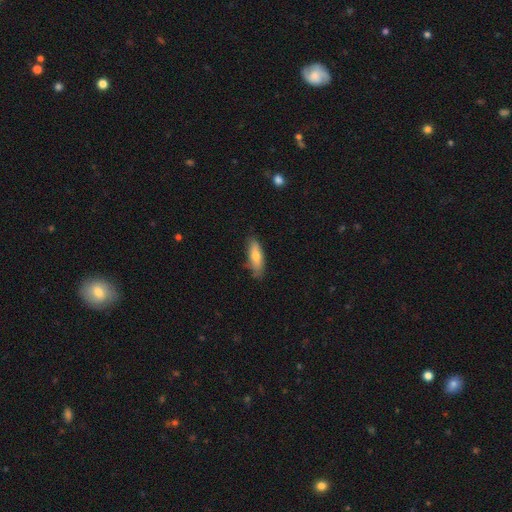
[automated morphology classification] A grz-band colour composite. It shows a smooth galaxy with no disk features (67%) that is in between round and cigar-shaped (52%). Merging: none (75%).